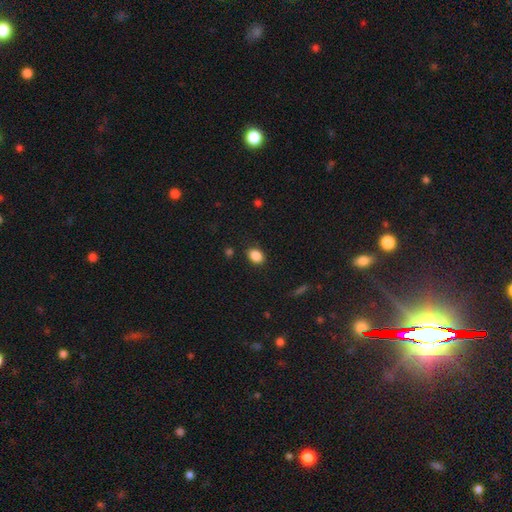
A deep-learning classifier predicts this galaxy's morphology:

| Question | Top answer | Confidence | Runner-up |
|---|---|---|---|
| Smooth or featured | smooth | 87% | star or artifact (9%) |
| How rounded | in between | 69% | round (30%) |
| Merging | none | 85% | minor disturbance (11%) |